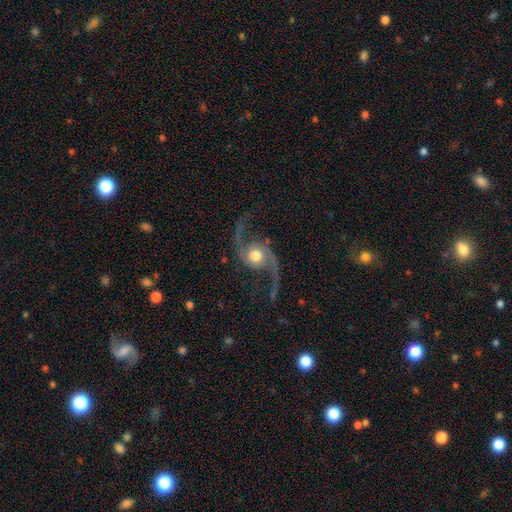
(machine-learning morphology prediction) This appears to be a featured or disk galaxy (91%) with no bar (69%), 2 (95%) loose (81%) spiral arms (98%) and a moderate central bulge (54%). Merging: none (74%).